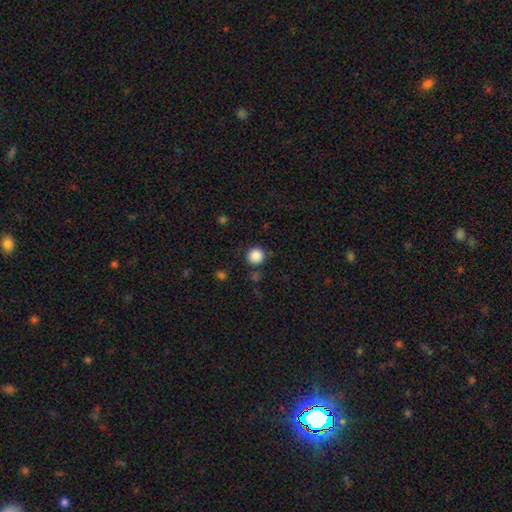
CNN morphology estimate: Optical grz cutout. It shows a smooth galaxy with no disk features (87%) that is round (93%). Merging: none (86%).